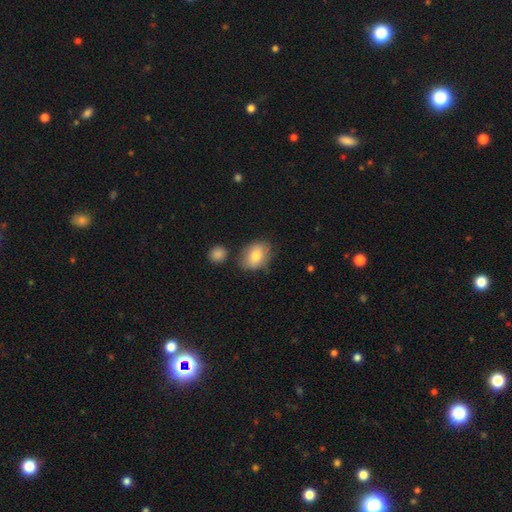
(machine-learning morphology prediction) This is likely a smooth galaxy (78%). How rounded: likely in between (66%). Merging: likely none (69%).